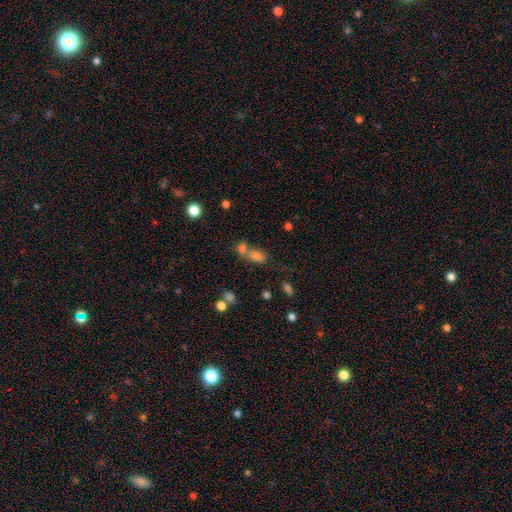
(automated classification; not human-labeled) A smooth galaxy with no disk features (69%) that is in between round and cigar-shaped (67%).

Vote fractions:
- Smooth or featured? smooth: 69% / star or artifact: 19% / featured or disk: 12%
- How rounded? in between: 67% / round: 29% / cigar-shaped: 4%
- Merging? merger: 53% / none: 34% / minor disturbance: 8% / major disturbance: 5%